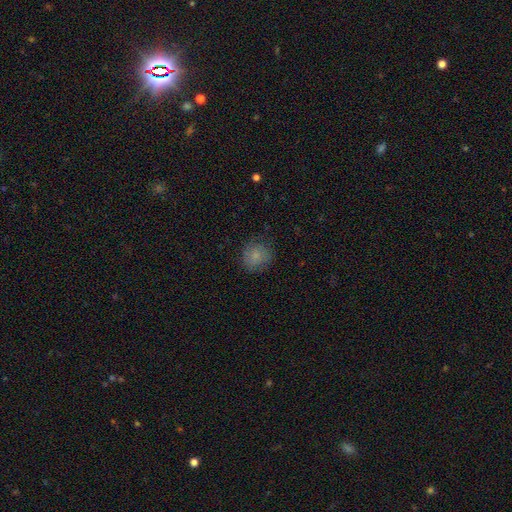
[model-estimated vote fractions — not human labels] smooth_or_featured: smooth (p=0.82) [alt: featured or disk p=0.09]
how_rounded: round (p=0.86) [alt: in between p=0.13]
merging: none (p=0.80) [alt: minor disturbance p=0.15]